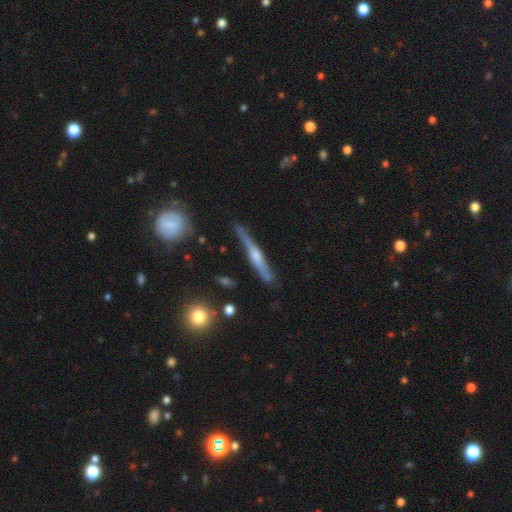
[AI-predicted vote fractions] smooth-or-featured: featured or disk: 74% | smooth: 20% | star or artifact: 6%
  disk-edge-on: yes: 96% | no: 4%
    edge-on-bulge: rounded: 75% | boxy: 14% | none: 11%
  merging: none: 79% | minor disturbance: 15% | major disturbance: 3% | merger: 3%